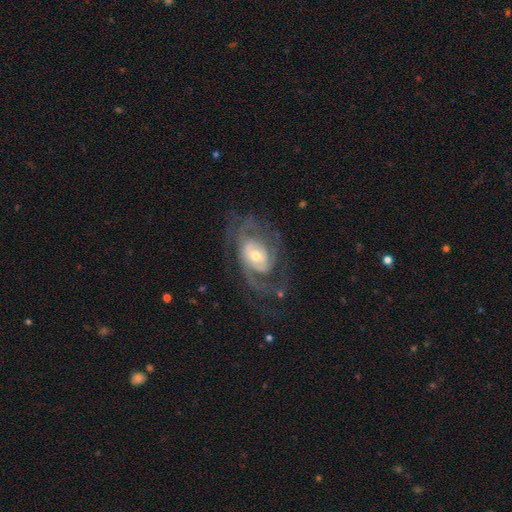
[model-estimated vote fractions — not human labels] The model was most divided on "spiral arm count": 2: 37%, can't tell: 29%, 3: 17%, 1: 7%, 4: 6%, more than 4: 4%. Remaining: edge-on disk — no (96%); spiral arms — yes (91%); smooth or featured — featured or disk (85%); merging — none (60%); bar — no (58%); bulge size — moderate (52%); spiral winding — tight (47%).